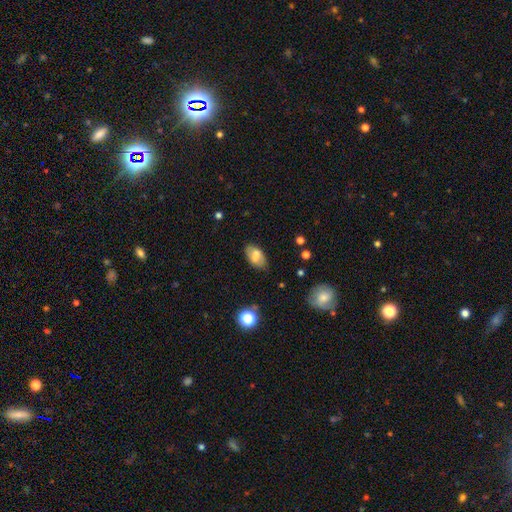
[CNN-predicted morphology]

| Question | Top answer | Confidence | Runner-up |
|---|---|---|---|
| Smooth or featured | smooth | 66% | featured or disk (26%) |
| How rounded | in between | 92% | round (5%) |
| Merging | none | 78% | minor disturbance (16%) |